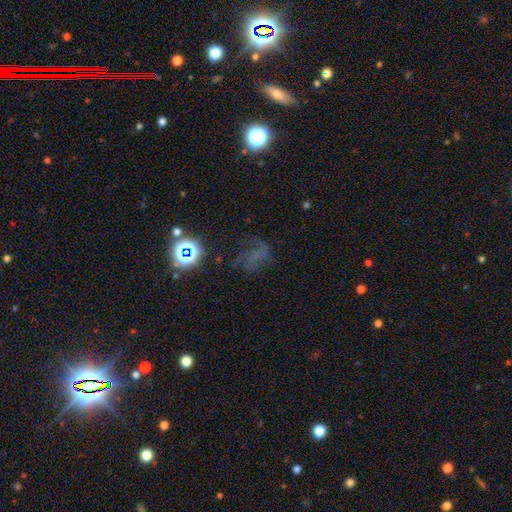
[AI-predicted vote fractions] smooth-or-featured: star or artifact: 40% | smooth: 31% | featured or disk: 30%